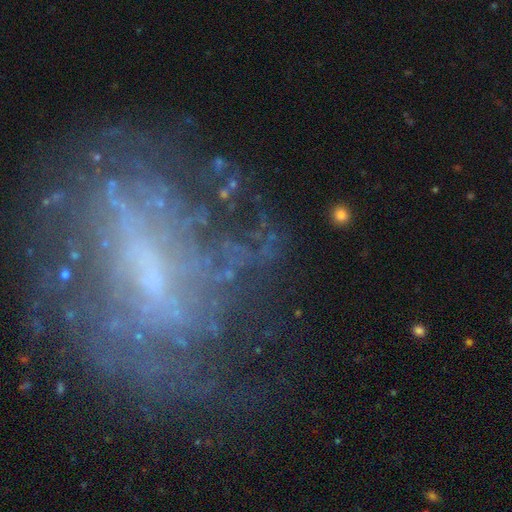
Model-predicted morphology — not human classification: The model was most divided on "bar": no: 48%, weak: 36%, strong: 17%. Remaining: edge-on disk — no (94%); smooth or featured — featured or disk (70%); merging — none (58%); spiral arms — yes (57%); bulge size — small (49%).